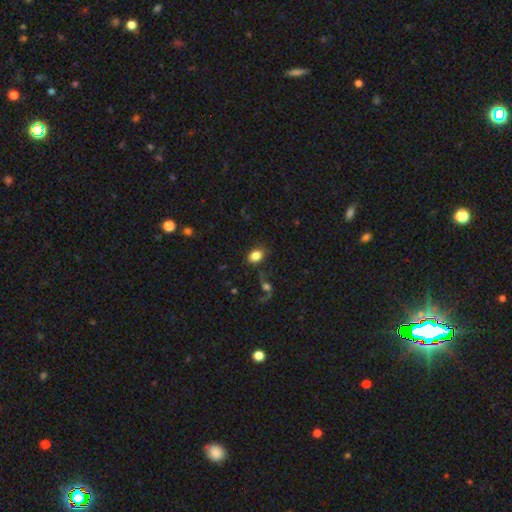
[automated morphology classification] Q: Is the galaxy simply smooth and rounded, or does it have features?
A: smooth — 84%.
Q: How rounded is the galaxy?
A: in between — 65%.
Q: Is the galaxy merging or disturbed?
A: none — 75%.